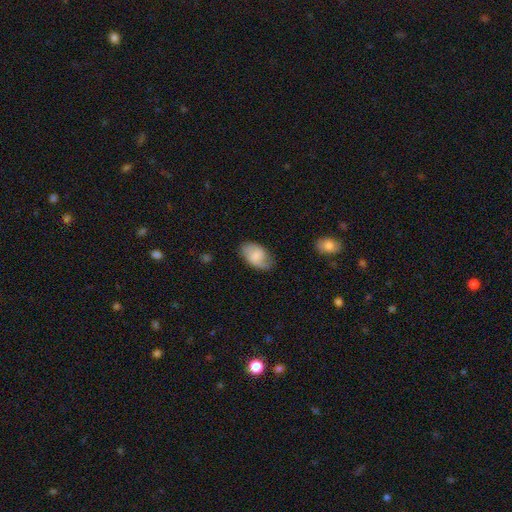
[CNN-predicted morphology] Overall: smooth (48%; featured or disk 45%). Merging: none (68%).